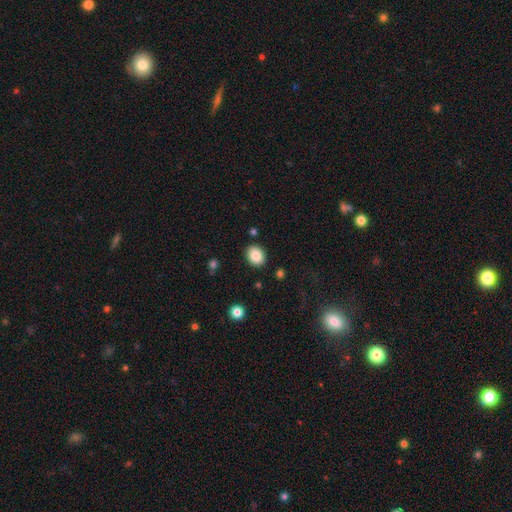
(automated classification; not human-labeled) This is clearly a smooth galaxy (85%). How rounded: possibly in between (51%). Merging: clearly none (88%).